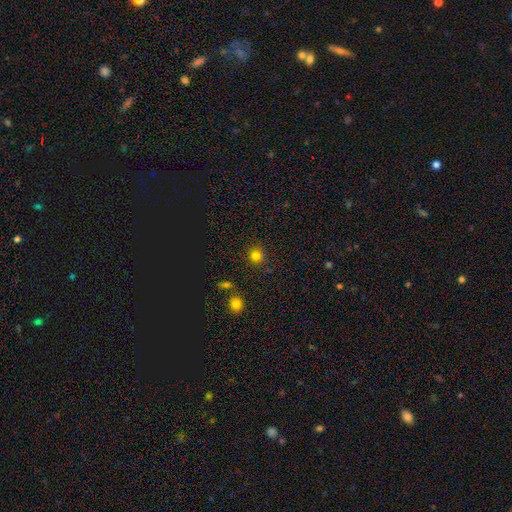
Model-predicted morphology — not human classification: Smooth or featured? smooth (78%)
How rounded? round (91%)
Merging? none (83%)